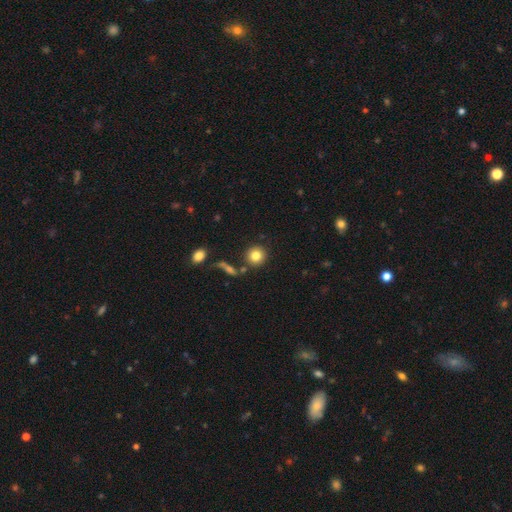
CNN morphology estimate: Smooth or featured? Predicted: smooth (p=0.82). How rounded? Predicted: round (p=0.90). Merging? Predicted: none (p=0.83).